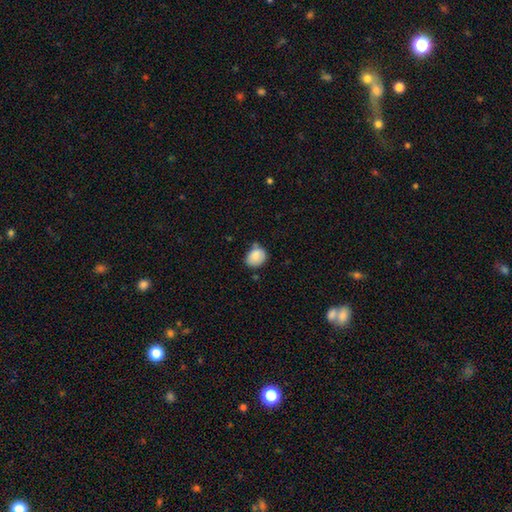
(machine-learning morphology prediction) smooth-or-featured: smooth: 85% | star or artifact: 8% | featured or disk: 7%
  how-rounded: in between: 54% | round: 45% | cigar-shaped: 1%
  merging: none: 58% | minor disturbance: 30% | merger: 7% | major disturbance: 6%